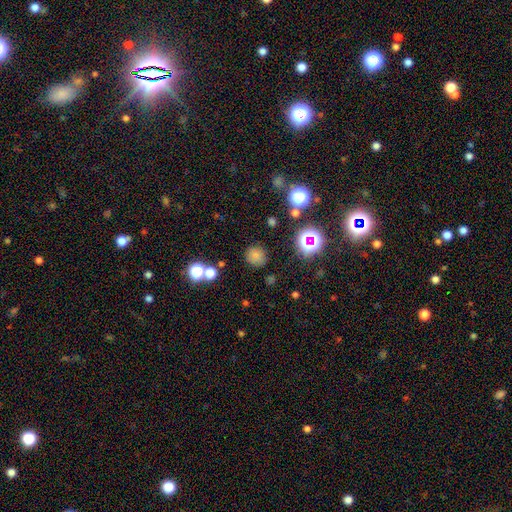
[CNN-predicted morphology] smooth_or_featured: smooth (p=0.73) [alt: star or artifact p=0.21]
how_rounded: round (p=0.89) [alt: in between p=0.10]
merging: none (p=0.84) [alt: minor disturbance p=0.10]